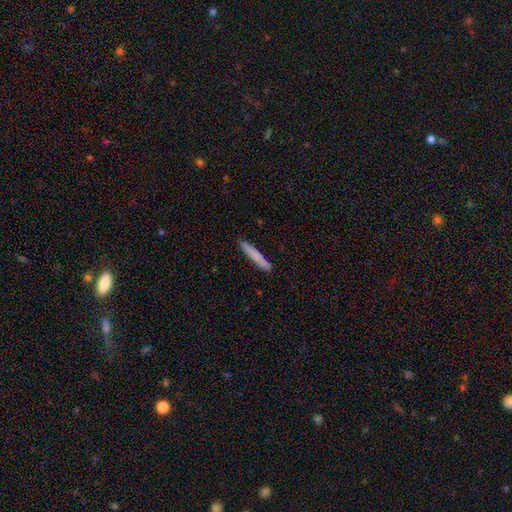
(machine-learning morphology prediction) Smooth or featured? Predicted: smooth (p=0.76). How rounded? Predicted: cigar-shaped (p=0.96). Merging? Predicted: none (p=0.92).